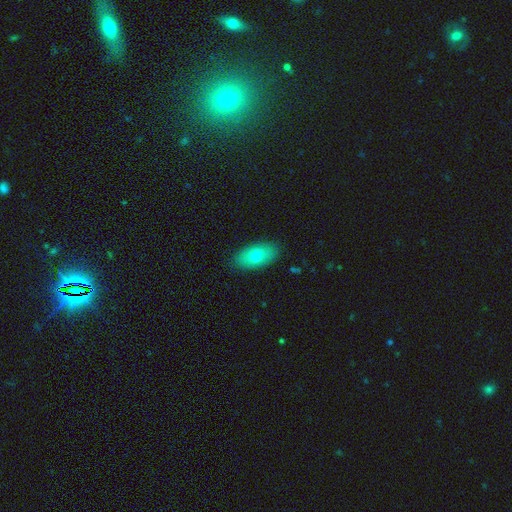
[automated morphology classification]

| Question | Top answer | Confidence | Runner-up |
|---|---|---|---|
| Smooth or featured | smooth | 72% | featured or disk (21%) |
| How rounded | in between | 91% | round (6%) |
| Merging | none | 86% | minor disturbance (10%) |